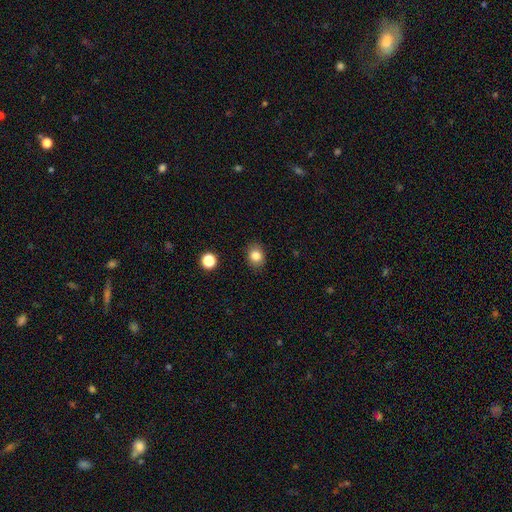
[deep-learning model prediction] A smooth galaxy with no disk features (83%) that is round (50%). Merging: none (86%).